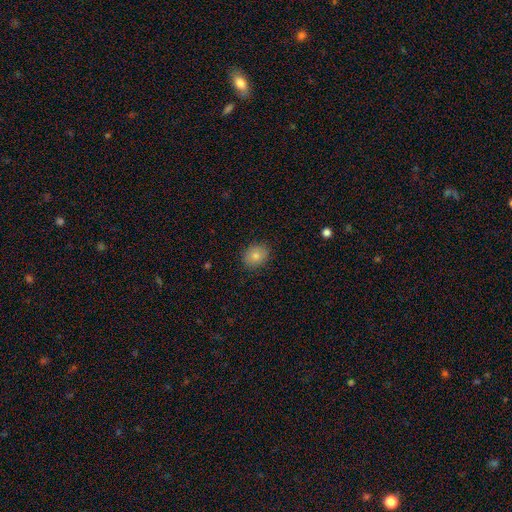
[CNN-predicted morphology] Smooth or featured?
  - smooth: 81% *
  - star or artifact: 10%
  - featured or disk: 9%
How rounded?
  - round: 55% *
  - in between: 44%
  - cigar-shaped: 1%
Merging?
  - none: 88% *
  - minor disturbance: 9%
  - major disturbance: 2%
  - merger: 1%